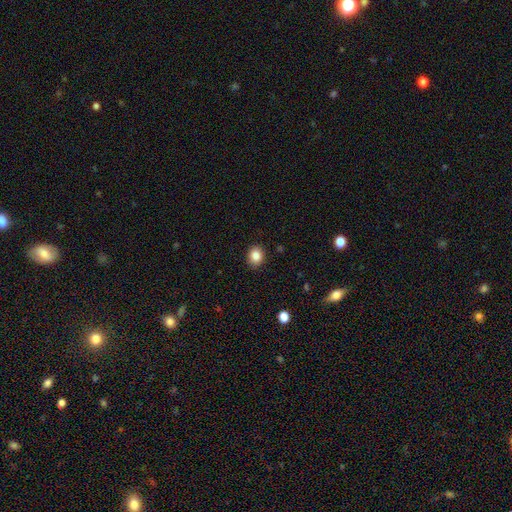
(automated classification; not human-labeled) smooth-or-featured: smooth: 85% | star or artifact: 10% | featured or disk: 5%
  how-rounded: round: 60% | in between: 39% | cigar-shaped: 1%
  merging: none: 88% | minor disturbance: 8% | major disturbance: 2% | merger: 1%